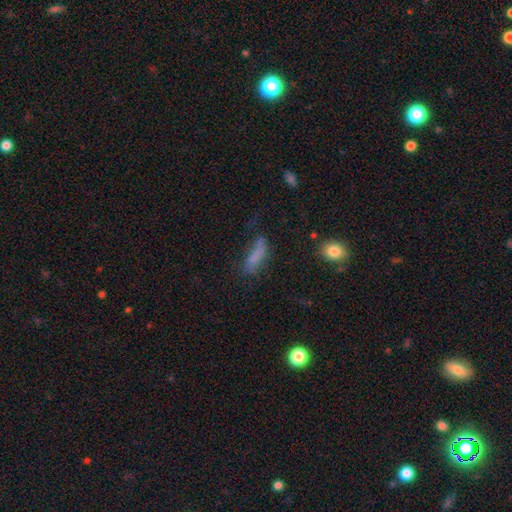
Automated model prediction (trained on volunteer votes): Smooth or featured?
  - smooth: 70% *
  - featured or disk: 17%
  - star or artifact: 13%
How rounded?
  - cigar-shaped: 50% *
  - in between: 46%
  - round: 4%
Merging?
  - none: 43% *
  - minor disturbance: 27%
  - major disturbance: 23%
  - merger: 6%